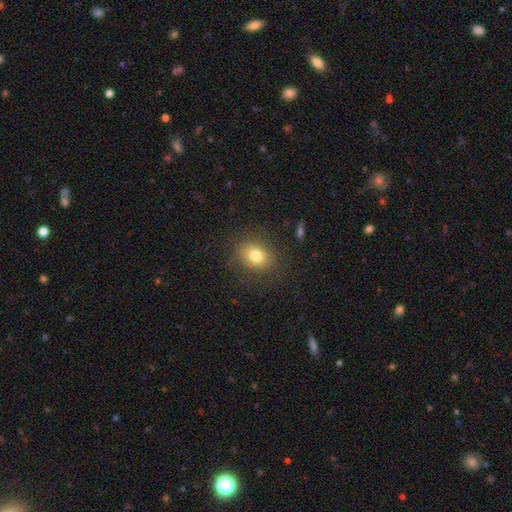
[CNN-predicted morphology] This appears to be a smooth galaxy with no disk features (78%) that is round (50%). Merging: none (83%).